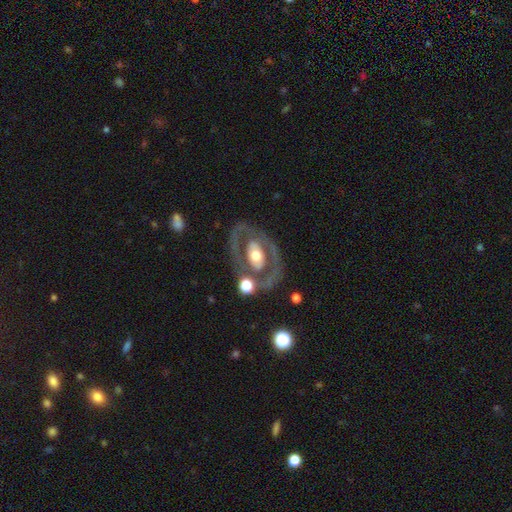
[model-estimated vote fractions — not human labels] A featured or disk galaxy (73%) with no bar (65%), no spiral arms (62%) and a moderate central bulge (64%). Merging: none (68%).